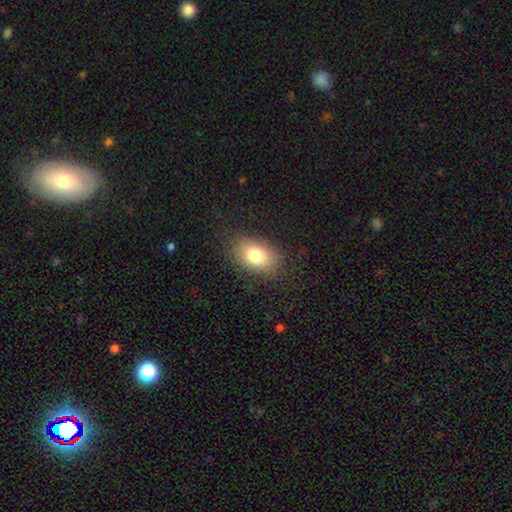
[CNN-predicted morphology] Smooth or featured? Predicted: smooth (p=0.78). How rounded? Predicted: in between (p=0.84). Merging? Predicted: none (p=0.83).